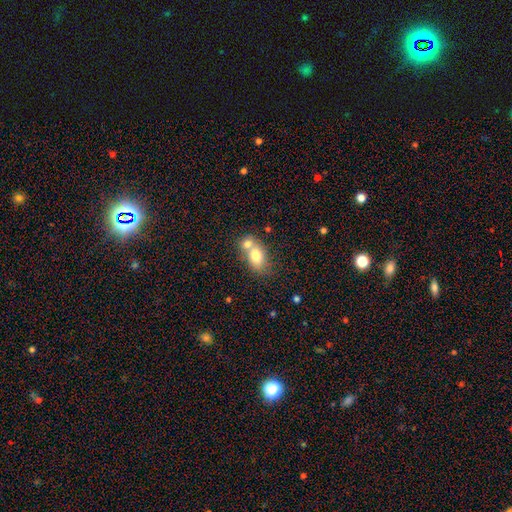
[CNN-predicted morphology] Smooth or featured: smooth — 74% (featured or disk — 18%)
How rounded: in between — 71% (round — 27%)
Merging: merger — 56% (none — 31%)